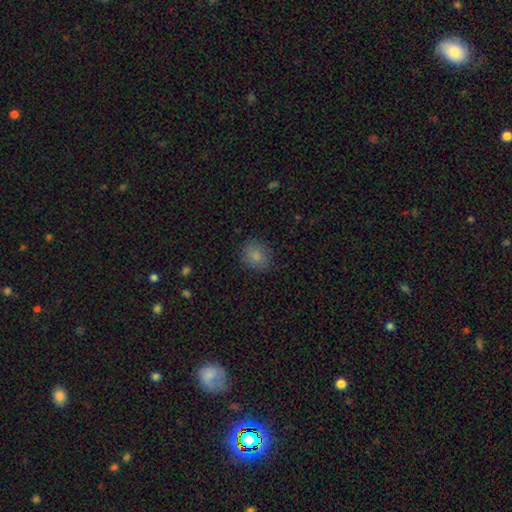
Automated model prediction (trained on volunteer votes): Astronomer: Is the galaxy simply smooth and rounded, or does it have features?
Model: smooth — 83%.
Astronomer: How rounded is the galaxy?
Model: round — 70%.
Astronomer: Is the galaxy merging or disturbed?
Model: none — 82%.